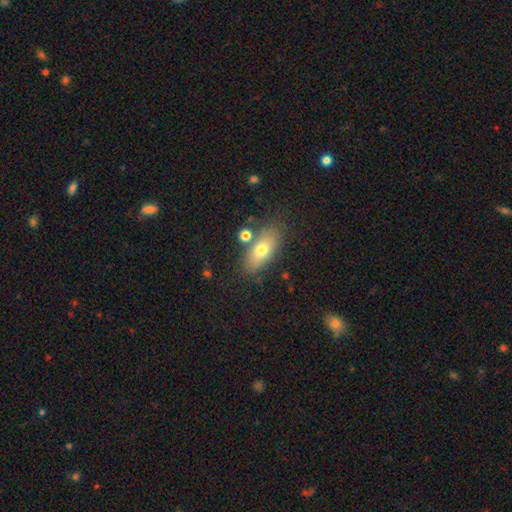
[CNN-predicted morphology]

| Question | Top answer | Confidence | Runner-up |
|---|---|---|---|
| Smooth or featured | smooth | 58% | featured or disk (24%) |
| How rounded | in between | 74% | cigar-shaped (17%) |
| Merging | none | 70% | merger (13%) |